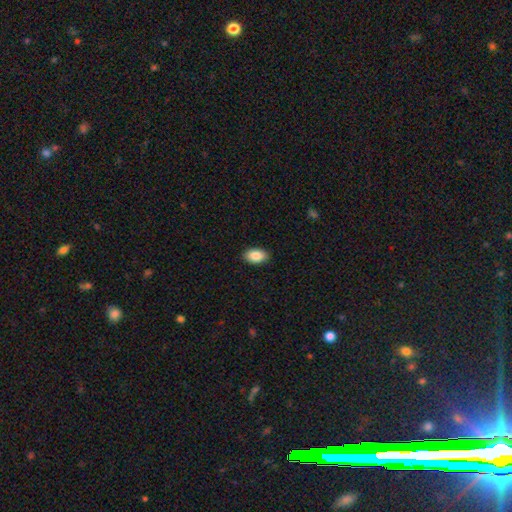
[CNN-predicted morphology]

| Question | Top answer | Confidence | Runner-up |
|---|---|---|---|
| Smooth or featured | smooth | 87% | star or artifact (7%) |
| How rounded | in between | 92% | round (7%) |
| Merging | none | 91% | minor disturbance (7%) |